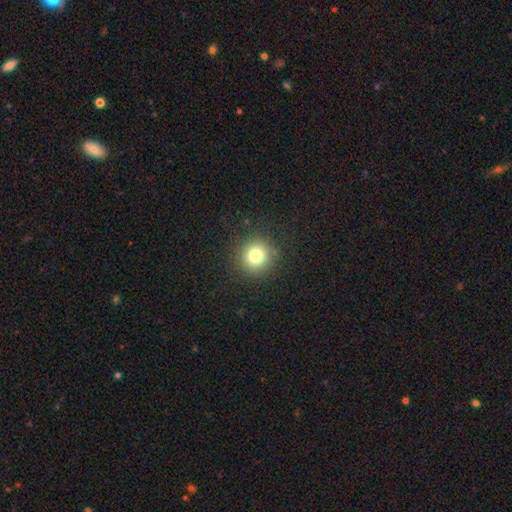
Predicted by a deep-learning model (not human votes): Smooth or featured: smooth — 79% (star or artifact — 13%)
How rounded: round — 93% (in between — 6%)
Merging: none — 89% (minor disturbance — 7%)